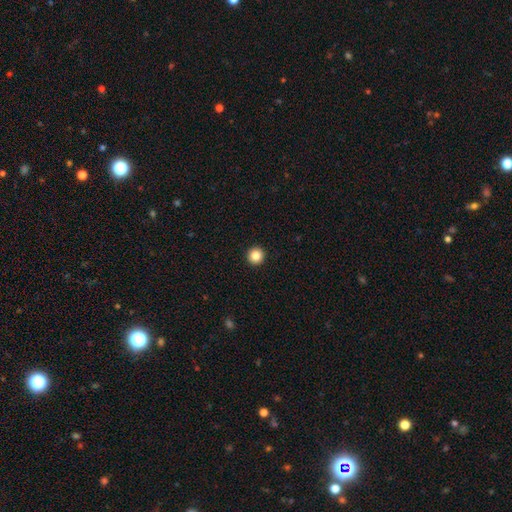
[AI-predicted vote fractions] A smooth galaxy with no disk features (85%) that is round (96%). Merging: none (94%).